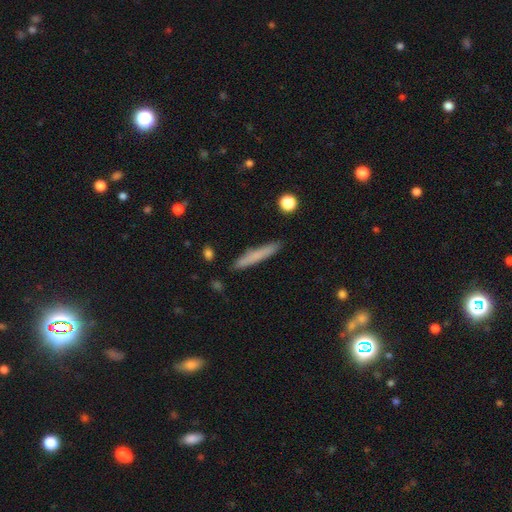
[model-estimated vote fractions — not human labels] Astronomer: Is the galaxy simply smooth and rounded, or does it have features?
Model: smooth — 72%.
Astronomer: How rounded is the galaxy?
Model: cigar-shaped — 94%.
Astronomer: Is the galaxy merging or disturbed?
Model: none — 89%.